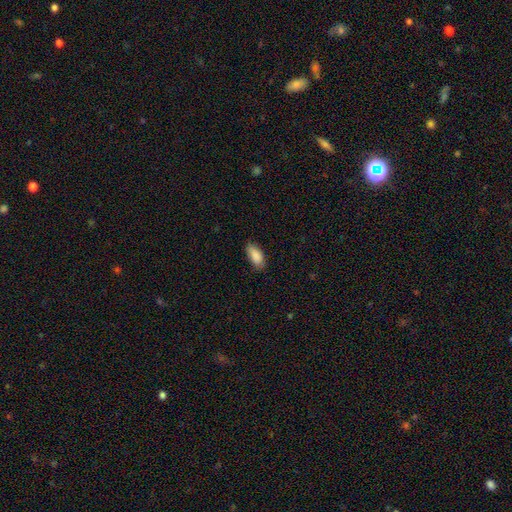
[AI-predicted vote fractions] Smooth or featured?
  - smooth: 89% *
  - star or artifact: 7%
  - featured or disk: 5%
How rounded?
  - in between: 87% *
  - cigar-shaped: 10%
  - round: 2%
Merging?
  - none: 79% *
  - minor disturbance: 17%
  - major disturbance: 3%
  - merger: 1%